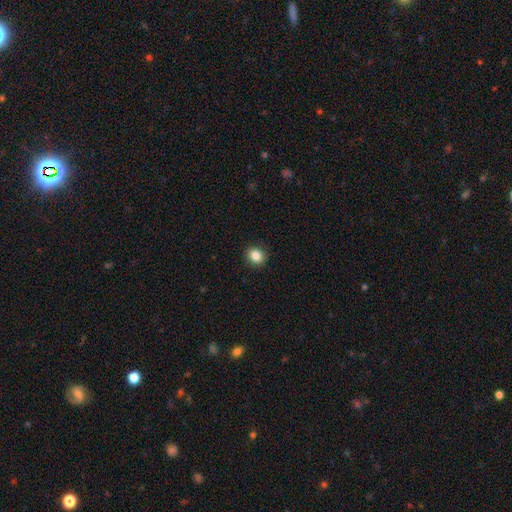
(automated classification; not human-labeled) A smooth galaxy with no disk features (85%) that is round (70%). Merging: none (91%).